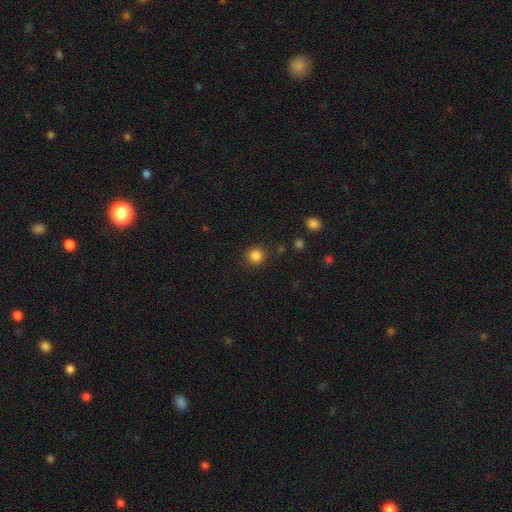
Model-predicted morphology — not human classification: smooth 85%, star or artifact 12%, featured or disk 4%. Down the decision tree: how rounded — round (91%); merging — none (89%).